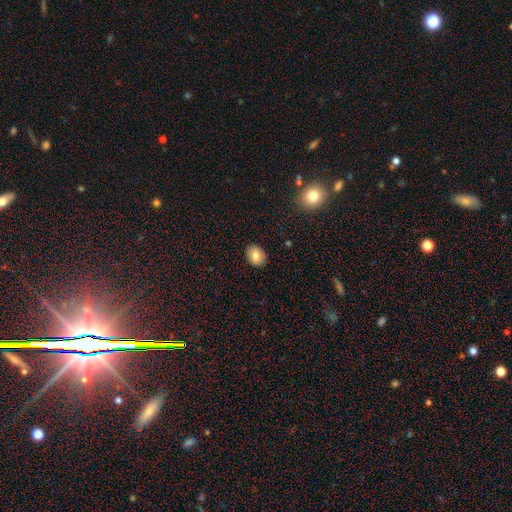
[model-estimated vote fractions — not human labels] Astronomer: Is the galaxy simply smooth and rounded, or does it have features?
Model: smooth — 82%.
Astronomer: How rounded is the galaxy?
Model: in between — 55% (runner-up: round, 44%).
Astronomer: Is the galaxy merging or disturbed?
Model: none — 89%.